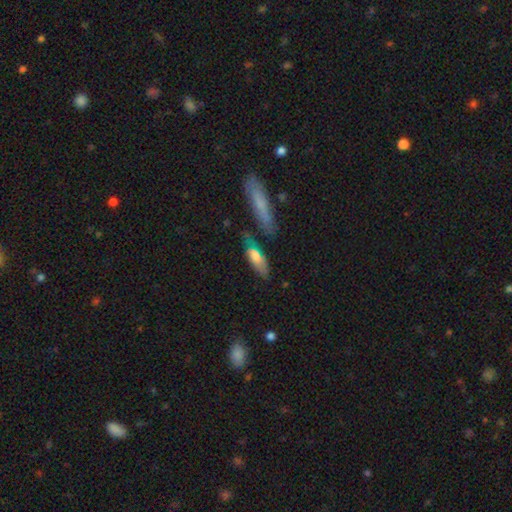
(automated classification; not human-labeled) This appears to be a smooth galaxy with no disk features (68%) that is in between round and cigar-shaped (62%). Merging: none (56%).